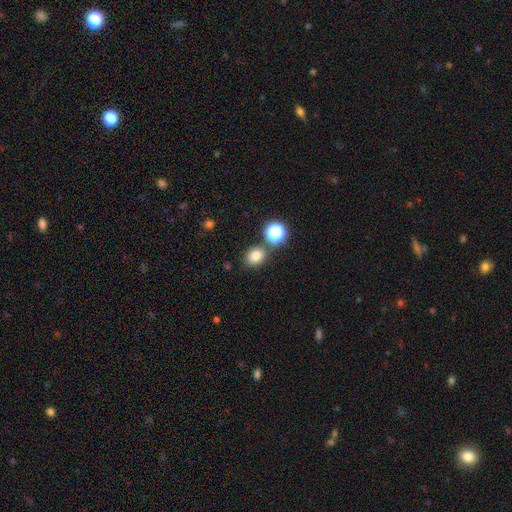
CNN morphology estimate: A smooth galaxy with no disk features (79%) that is round (55%). Merging: none (76%).